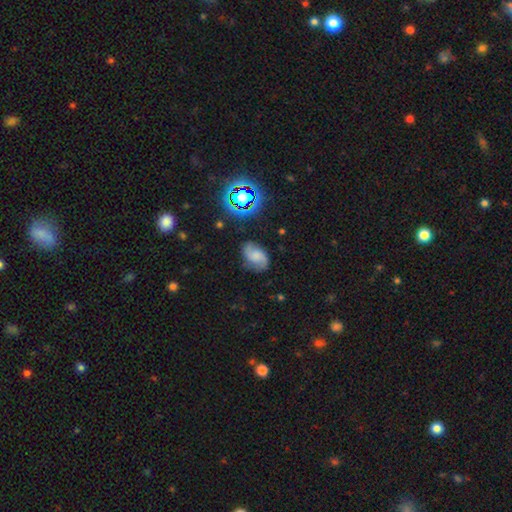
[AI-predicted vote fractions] This appears to be a featured or disk galaxy (53%) with no bar (61%), spiral arms (92%) and no central bulge (36%). Merging: none (71%).